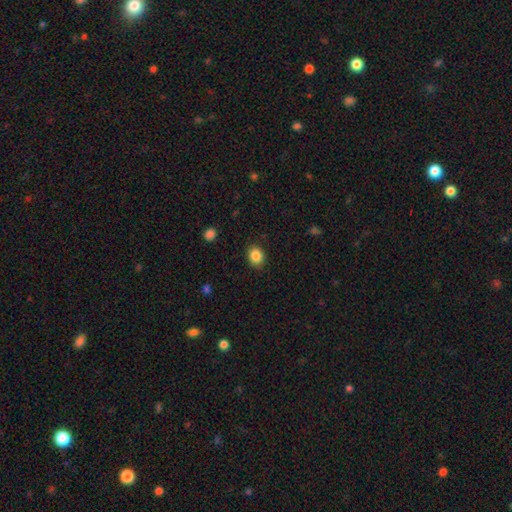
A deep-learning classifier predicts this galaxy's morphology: Smooth or featured? smooth (86%)
How rounded? round (60%)
Merging? none (88%)